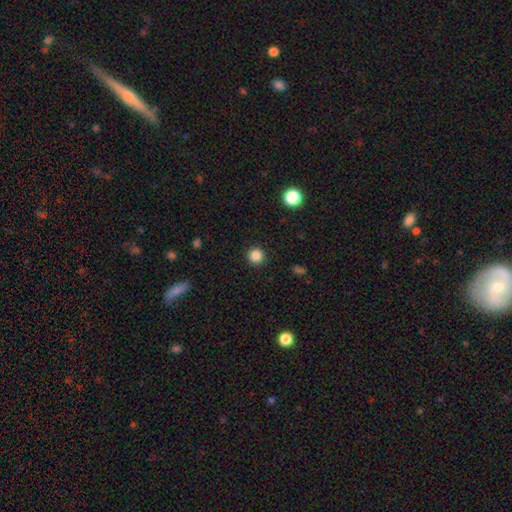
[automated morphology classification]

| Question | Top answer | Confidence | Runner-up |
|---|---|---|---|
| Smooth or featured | smooth | 85% | star or artifact (11%) |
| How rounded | round | 95% | in between (4%) |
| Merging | none | 92% | minor disturbance (5%) |